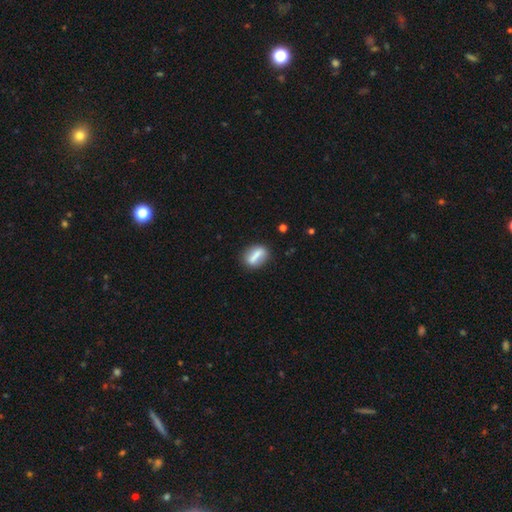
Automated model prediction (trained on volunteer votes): smooth 64%, featured or disk 27%, star or artifact 8%. Down the decision tree: how rounded — in between (51%); merging — none (79%).